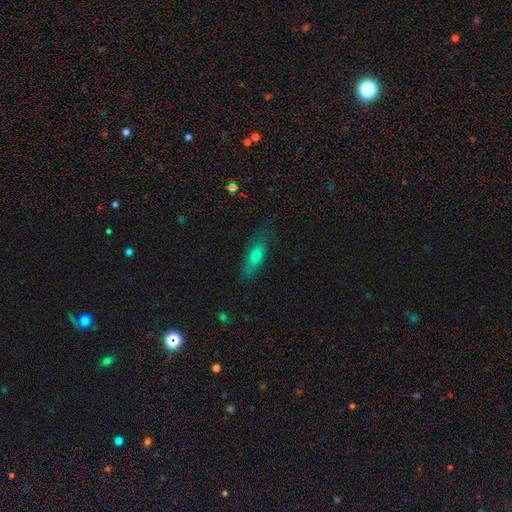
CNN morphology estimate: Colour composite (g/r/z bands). It shows a smooth galaxy with no disk features (65%) that is in between round and cigar-shaped (65%). Merging: none (71%).